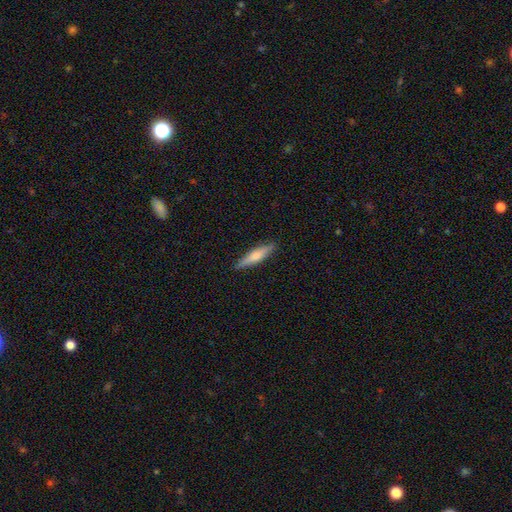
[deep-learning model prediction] Smooth or featured: smooth — 57% (featured or disk — 37%)
How rounded: cigar-shaped — 83% (in between — 15%)
Merging: none — 89% (minor disturbance — 9%)